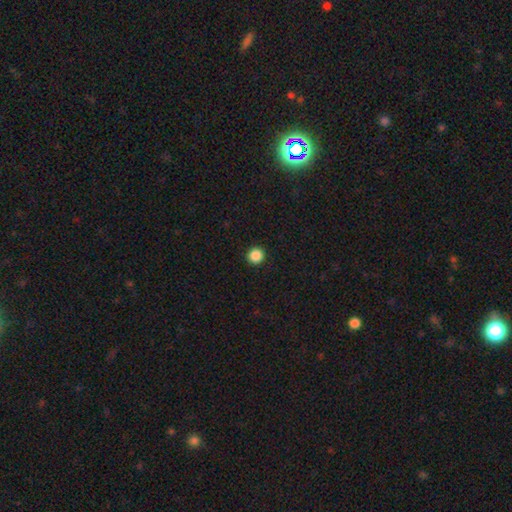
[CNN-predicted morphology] This is clearly a smooth galaxy (87%). How rounded: clearly round (95%). Merging: clearly none (94%).